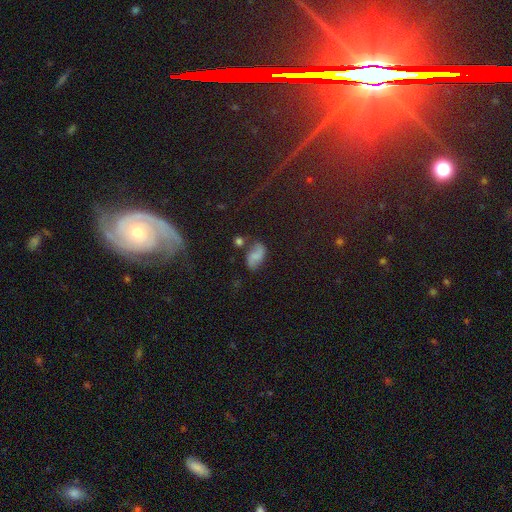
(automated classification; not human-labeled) smooth_or_featured: smooth (p=0.49) [alt: featured or disk p=0.36]
merging: none (p=0.58) [alt: minor disturbance p=0.23]